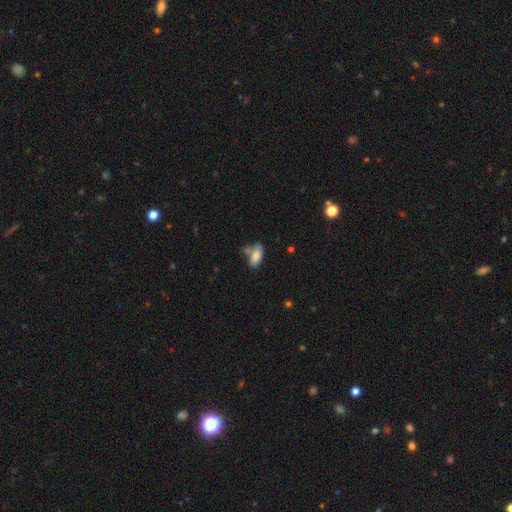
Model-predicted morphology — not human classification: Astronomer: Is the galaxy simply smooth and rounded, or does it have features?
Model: smooth — 82%.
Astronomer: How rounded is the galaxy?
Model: in between — 90%.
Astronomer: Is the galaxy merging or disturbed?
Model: none — 51%.